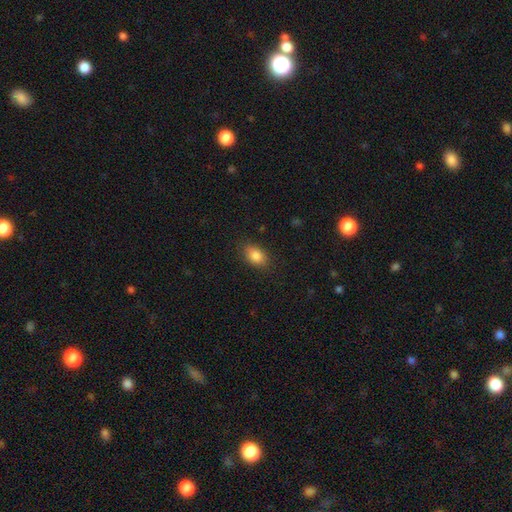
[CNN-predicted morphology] smooth-or-featured: smooth: 85% | star or artifact: 9% | featured or disk: 7%
  how-rounded: in between: 82% | round: 16% | cigar-shaped: 2%
  merging: none: 84% | minor disturbance: 12% | major disturbance: 3% | merger: 1%